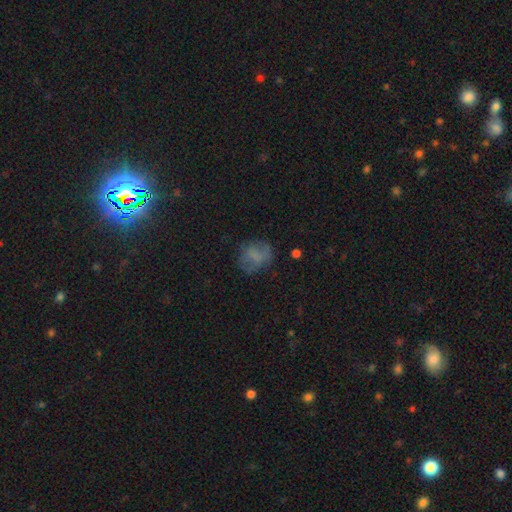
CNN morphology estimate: Smooth or featured?
  - smooth: 60% *
  - featured or disk: 26%
  - star or artifact: 14%
How rounded?
  - round: 52% *
  - in between: 47%
  - cigar-shaped: 1%
Merging?
  - none: 59% *
  - minor disturbance: 23%
  - major disturbance: 15%
  - merger: 2%